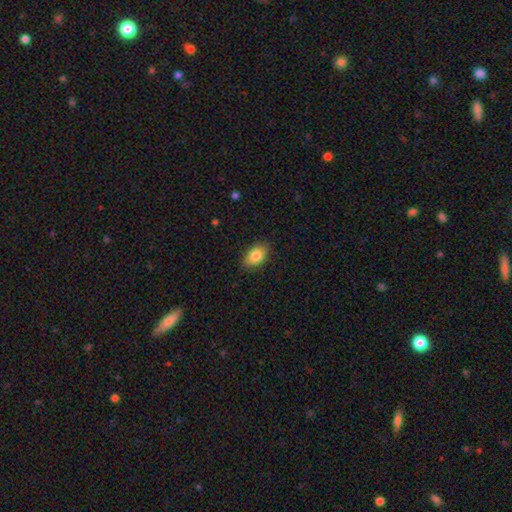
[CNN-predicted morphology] Q: Smooth or featured?
A: smooth (84%); runner-up: featured or disk (8%)
Q: How rounded?
A: in between (89%); runner-up: round (9%)
Q: Merging?
A: none (85%); runner-up: minor disturbance (11%)